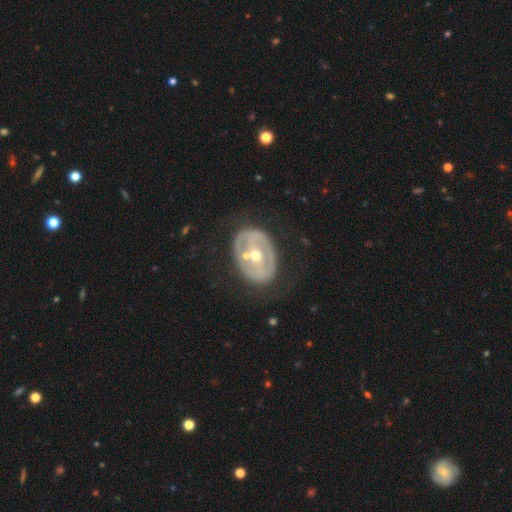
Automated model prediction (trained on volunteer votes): Q: Smooth or featured?
A: featured or disk (76%); runner-up: smooth (18%)
Q: Edge-on disk?
A: no (94%); runner-up: yes (6%)
Q: Bar?
A: strong (40%); runner-up: no (31%)
Q: Spiral arms?
A: no (68%); runner-up: yes (32%)
Q: Bulge size?
A: moderate (57%); runner-up: small (40%)
Q: Merging?
A: none (67%); runner-up: minor disturbance (19%)